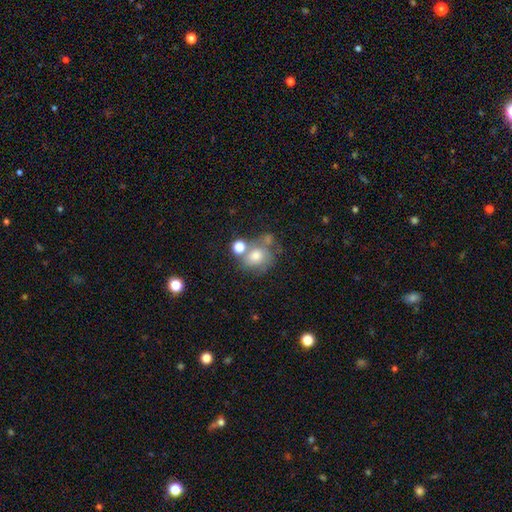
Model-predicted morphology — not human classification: Smooth or featured? Predicted: smooth (p=0.66). How rounded? Predicted: round (p=0.67). Merging? Predicted: none (p=0.41).